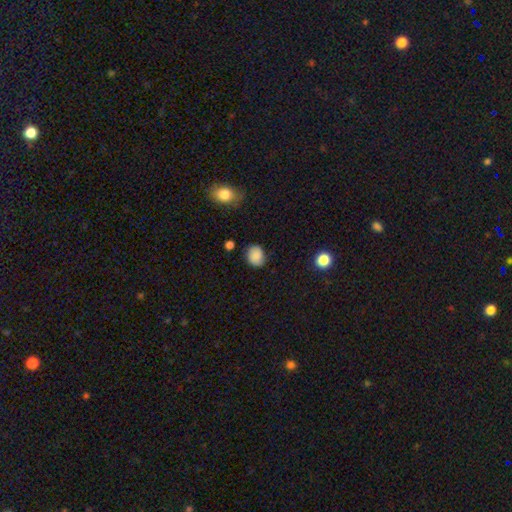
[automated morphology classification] Smooth or featured: smooth — 84% (star or artifact — 9%)
How rounded: round — 58% (in between — 42%)
Merging: none — 78% (minor disturbance — 16%)